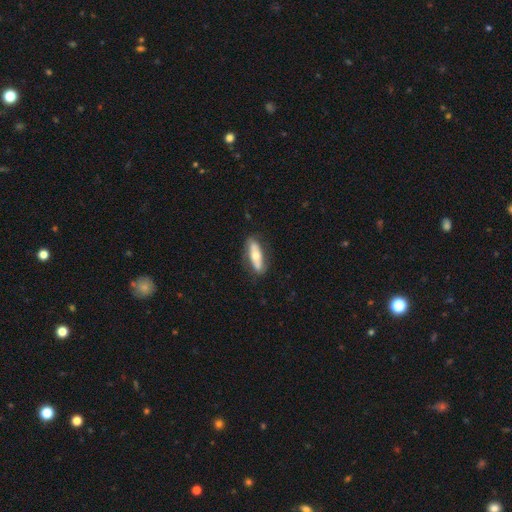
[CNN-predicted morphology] Q: Smooth or featured?
A: smooth (51%); runner-up: featured or disk (43%)
Q: How rounded?
A: cigar-shaped (50%); runner-up: in between (48%)
Q: Merging?
A: none (79%); runner-up: minor disturbance (15%)